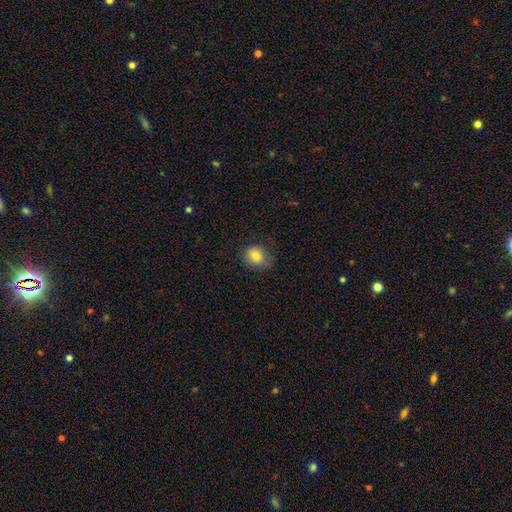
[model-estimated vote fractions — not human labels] smooth_or_featured: smooth (p=0.82) [alt: star or artifact p=0.10]
how_rounded: round (p=0.56) [alt: in between p=0.43]
merging: none (p=0.80) [alt: minor disturbance p=0.15]